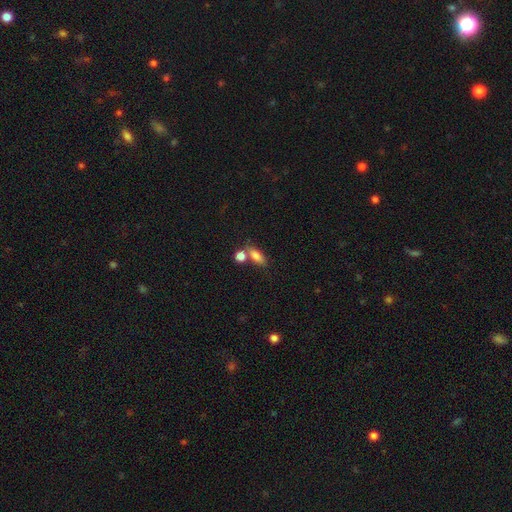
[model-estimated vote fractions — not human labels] Q: Smooth or featured?
A: smooth (79%); runner-up: featured or disk (11%)
Q: How rounded?
A: in between (75%); runner-up: cigar-shaped (16%)
Q: Merging?
A: none (54%); runner-up: merger (29%)